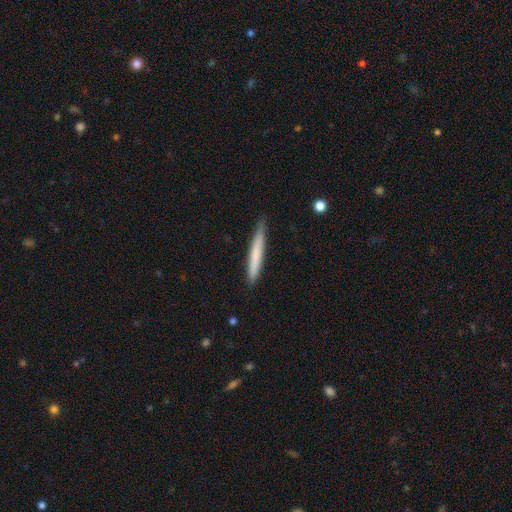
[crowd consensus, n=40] A smooth galaxy with no disk features (55%) that is cigar-shaped (100%). Merging: none (79%).